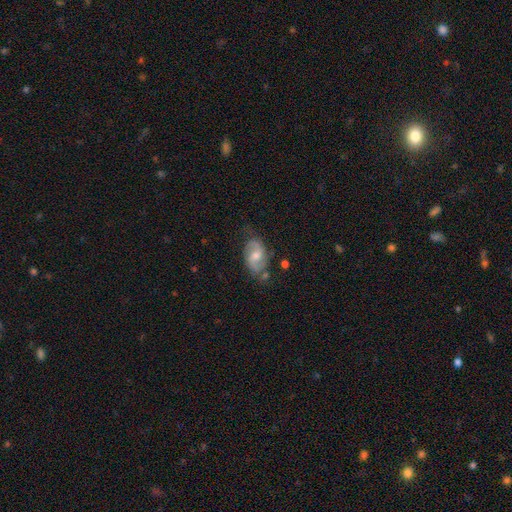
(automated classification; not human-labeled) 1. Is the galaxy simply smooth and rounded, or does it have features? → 62% featured or disk, 31% smooth, 7% star or artifact.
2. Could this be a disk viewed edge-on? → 96% no, 4% yes.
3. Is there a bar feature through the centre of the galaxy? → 50% weak, 38% no, 12% strong.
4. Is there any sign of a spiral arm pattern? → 88% yes, 12% no.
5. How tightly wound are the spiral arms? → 45% medium, 37% loose, 17% tight.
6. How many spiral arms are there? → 86% 2, 8% can't tell, 3% 1, 1% 3, 1% 4, 1% more than 4.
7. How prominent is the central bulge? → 60% moderate, 30% small, 5% large, 3% none, 1% dominant.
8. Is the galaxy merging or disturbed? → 62% none, 25% minor disturbance, 8% major disturbance, 5% merger.